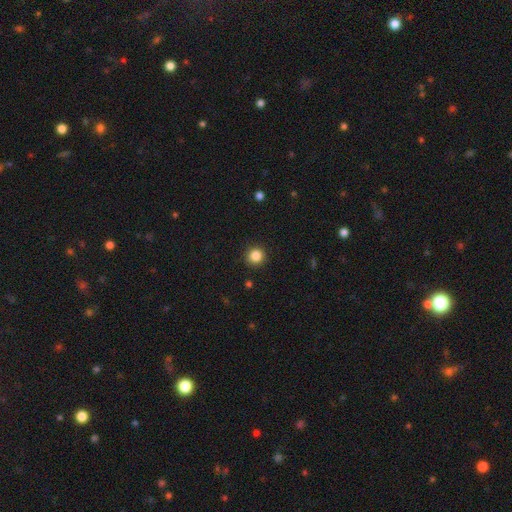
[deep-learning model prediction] Smooth or featured? smooth (85%)
How rounded? round (94%)
Merging? none (92%)